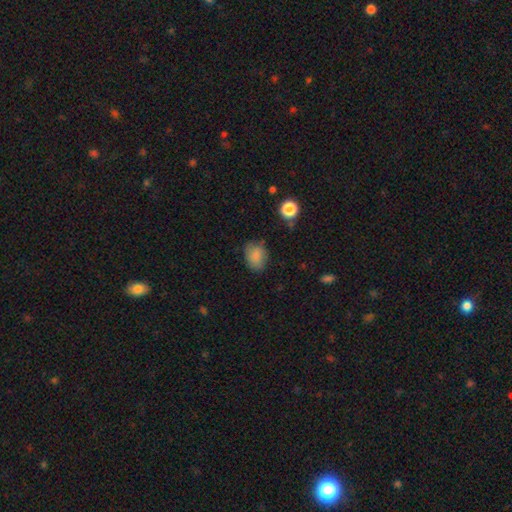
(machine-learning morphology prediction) Smooth or featured? smooth (84%)
How rounded? in between (67%)
Merging? none (70%)